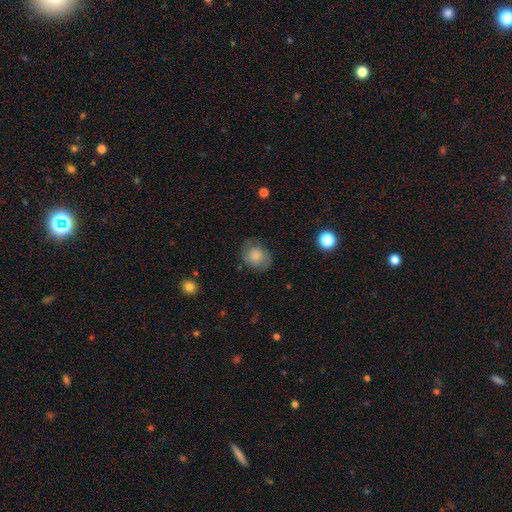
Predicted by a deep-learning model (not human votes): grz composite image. It shows a smooth galaxy with no disk features (70%) that is round (58%). Merging: none (67%).